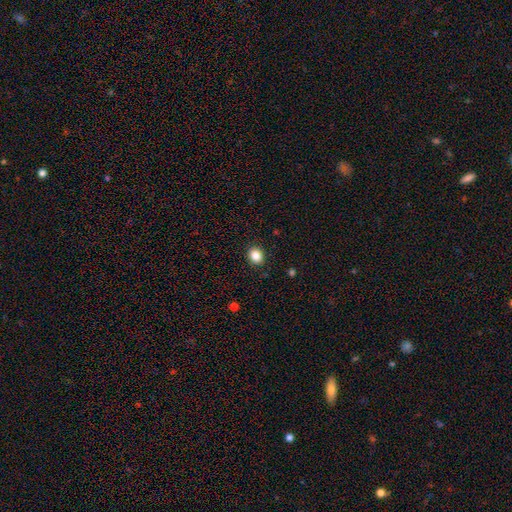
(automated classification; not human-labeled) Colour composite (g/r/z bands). It shows a smooth galaxy with no disk features (87%) that is round (64%). Merging: none (90%).